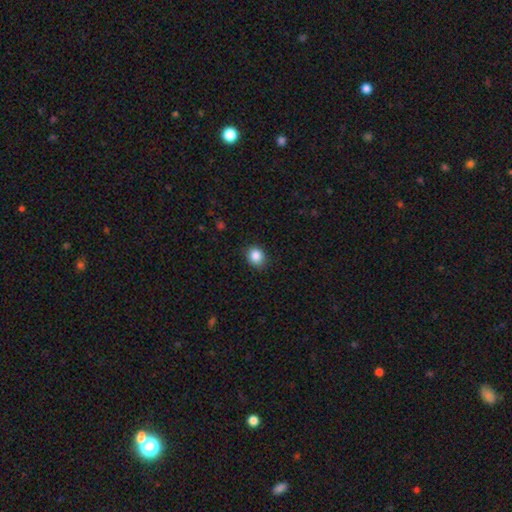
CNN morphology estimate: Smooth or featured? Predicted: smooth (p=0.87). How rounded? Predicted: round (p=0.74). Merging? Predicted: none (p=0.86).